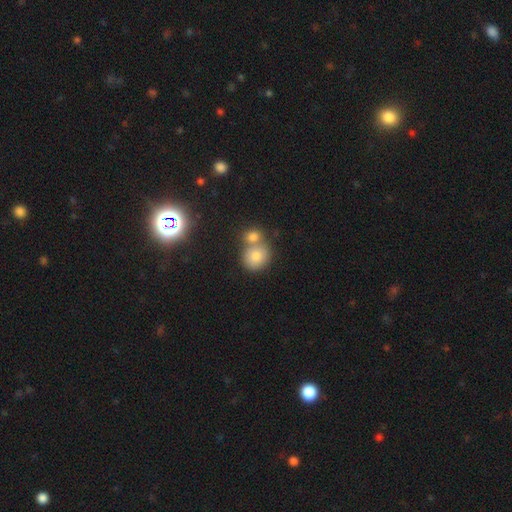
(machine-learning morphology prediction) A smooth galaxy with no disk features (75%) that is round (81%).

Vote fractions:
- Smooth or featured? smooth: 75% / star or artifact: 14% / featured or disk: 11%
- How rounded? round: 81% / in between: 18% / cigar-shaped: 1%
- Merging? none: 46% / merger: 44% / minor disturbance: 8% / major disturbance: 3%